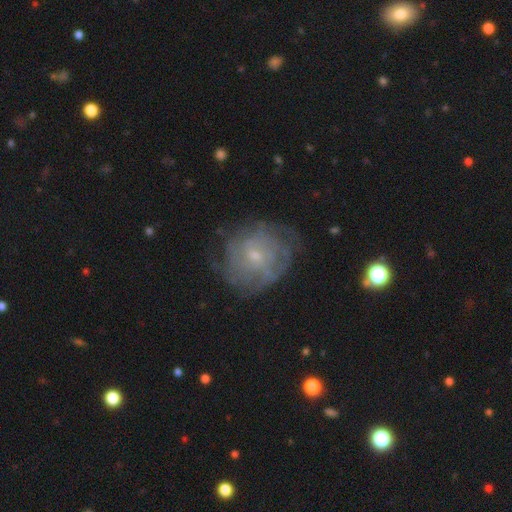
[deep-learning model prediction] smooth-or-featured: featured or disk: 68% | smooth: 23% | star or artifact: 9%
  disk-edge-on: no: 97% | yes: 3%
    bar: no: 69% | weak: 27% | strong: 4%
    has-spiral-arms: yes: 76% | no: 24%
    bulge-size: small: 71% | moderate: 24% | none: 3% | large: 1% | dominant: 1%
  merging: none: 67% | minor disturbance: 20% | major disturbance: 12% | merger: 1%